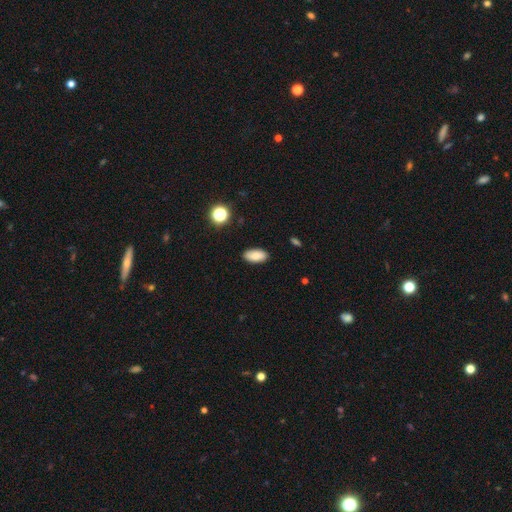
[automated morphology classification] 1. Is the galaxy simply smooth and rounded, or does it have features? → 85% smooth, 8% star or artifact, 6% featured or disk.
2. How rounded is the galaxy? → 91% in between, 6% cigar-shaped, 3% round.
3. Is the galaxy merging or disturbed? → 88% none, 8% minor disturbance, 2% major disturbance, 1% merger.